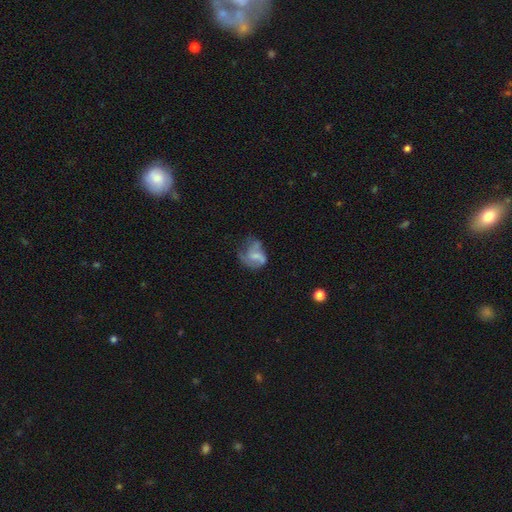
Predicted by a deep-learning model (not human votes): This is possibly a featured or disk galaxy (47%). Merging: marginally major disturbance (37%).